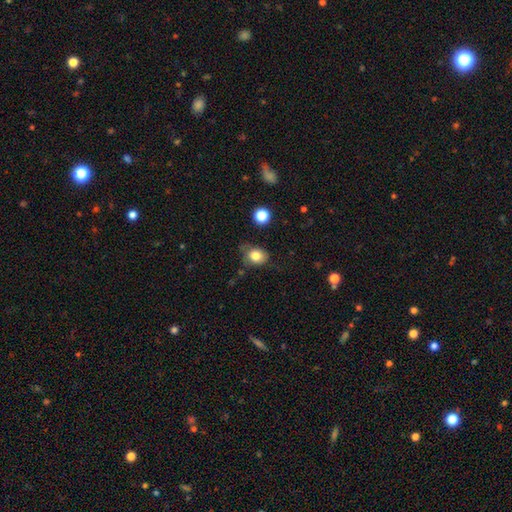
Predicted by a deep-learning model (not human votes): Morphology: type=smooth (81%); roundness=round (55%); merging=none (63%).